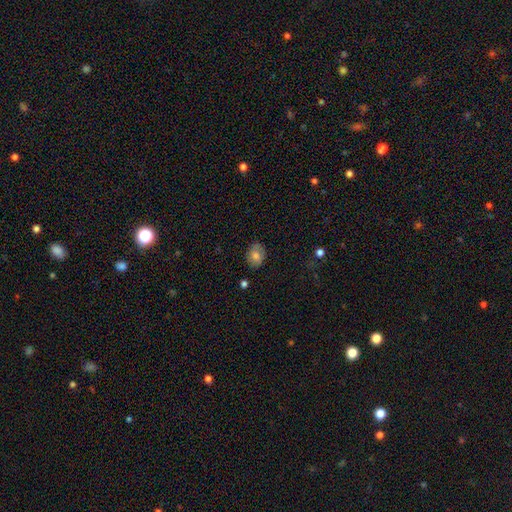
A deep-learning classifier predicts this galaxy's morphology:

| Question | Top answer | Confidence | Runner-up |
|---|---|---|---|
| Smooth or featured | smooth | 72% | featured or disk (19%) |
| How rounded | in between | 59% | round (40%) |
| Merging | none | 79% | minor disturbance (16%) |